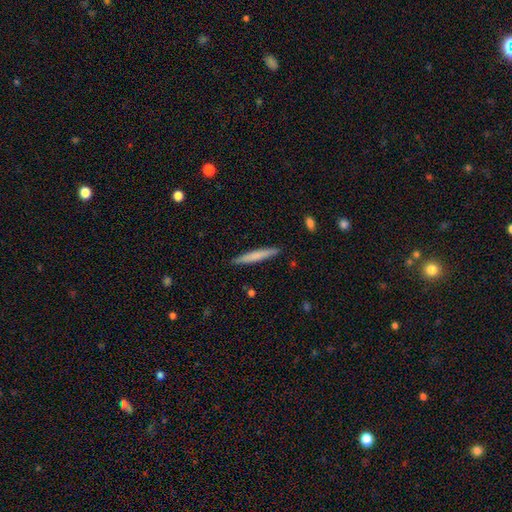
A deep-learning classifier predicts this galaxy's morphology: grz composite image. It shows a smooth galaxy with no disk features (68%) that is cigar-shaped (96%). Merging: none (91%).